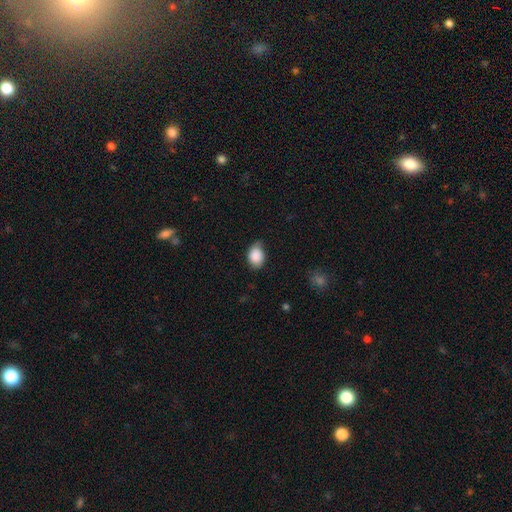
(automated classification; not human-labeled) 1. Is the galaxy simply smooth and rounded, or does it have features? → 88% smooth, 7% star or artifact, 5% featured or disk.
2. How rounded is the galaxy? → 68% in between, 31% round, 1% cigar-shaped.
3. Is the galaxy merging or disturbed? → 58% none, 34% minor disturbance, 6% major disturbance, 2% merger.